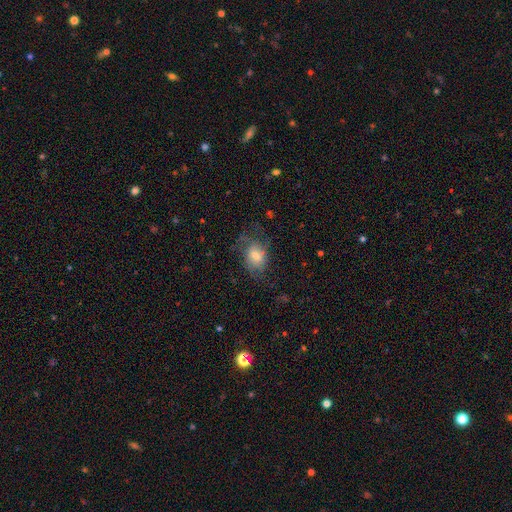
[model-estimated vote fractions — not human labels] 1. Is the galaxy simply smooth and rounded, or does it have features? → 45% smooth, 43% featured or disk, 12% star or artifact.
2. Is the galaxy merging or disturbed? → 53% none, 24% minor disturbance, 21% major disturbance, 2% merger.